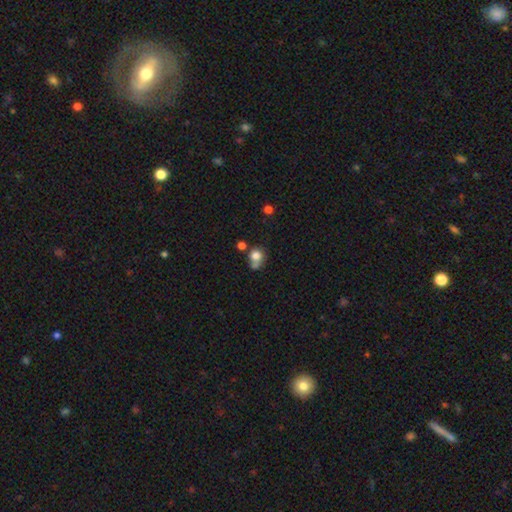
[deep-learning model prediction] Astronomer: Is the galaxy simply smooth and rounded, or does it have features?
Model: smooth — 76%.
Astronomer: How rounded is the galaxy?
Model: round — 72%.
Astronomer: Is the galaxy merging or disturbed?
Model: none — 39% (runner-up: merger, 32%).